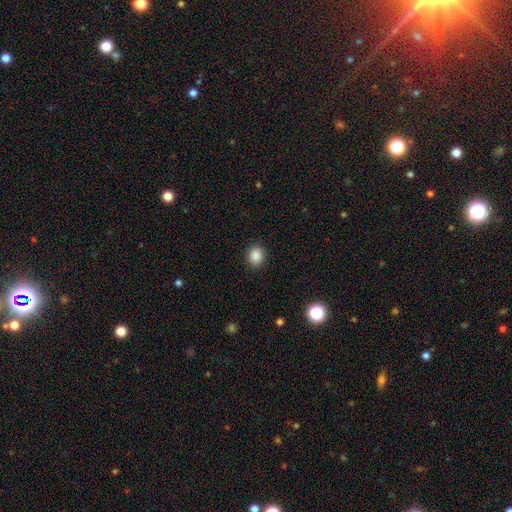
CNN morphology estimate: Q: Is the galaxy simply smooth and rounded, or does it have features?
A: smooth — 87%.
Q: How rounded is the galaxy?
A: round — 75%.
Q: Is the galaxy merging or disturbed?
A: none — 90%.